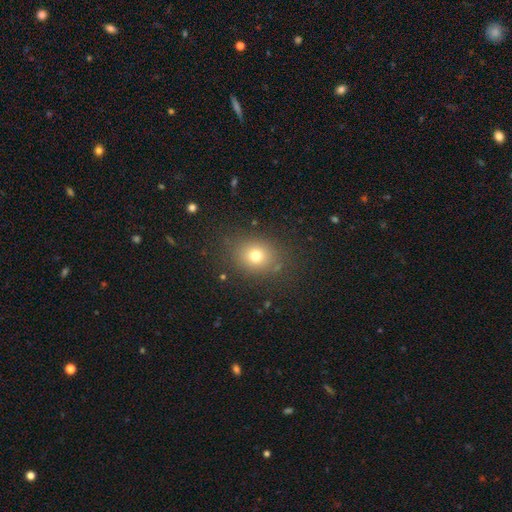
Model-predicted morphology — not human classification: A smooth galaxy with no disk features (73%) that is round (61%). Merging: none (83%).